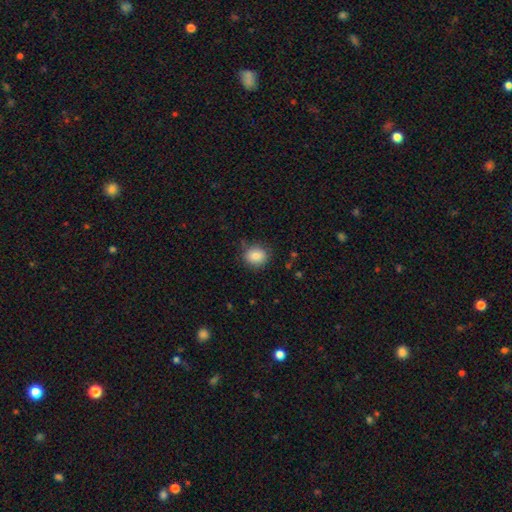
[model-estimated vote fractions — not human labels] A smooth galaxy with no disk features (85%) that is round (67%). Merging: none (79%).